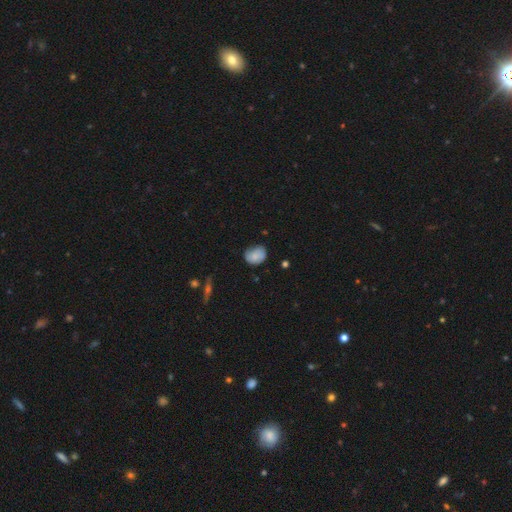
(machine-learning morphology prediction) smooth_or_featured: smooth (p=0.76) [alt: featured or disk p=0.16]
how_rounded: round (p=0.51) [alt: in between p=0.48]
merging: none (p=0.56) [alt: minor disturbance p=0.35]